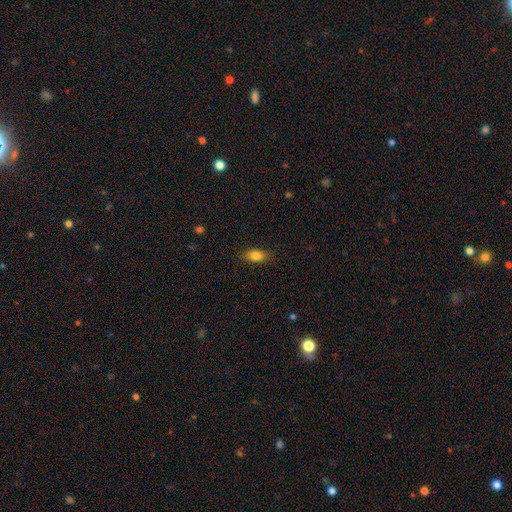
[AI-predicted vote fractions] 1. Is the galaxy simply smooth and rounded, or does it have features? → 82% smooth, 9% featured or disk, 8% star or artifact.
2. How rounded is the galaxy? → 84% in between, 10% cigar-shaped, 7% round.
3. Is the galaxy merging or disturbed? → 86% none, 11% minor disturbance, 3% major disturbance, 1% merger.